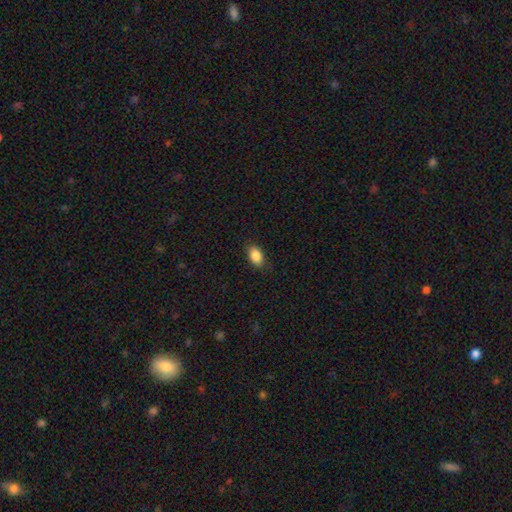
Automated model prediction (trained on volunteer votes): The model was most divided on "merging": none: 84%, minor disturbance: 12%, major disturbance: 3%, merger: 1%. More confident: smooth or featured — smooth (88%); how rounded — in between (87%).